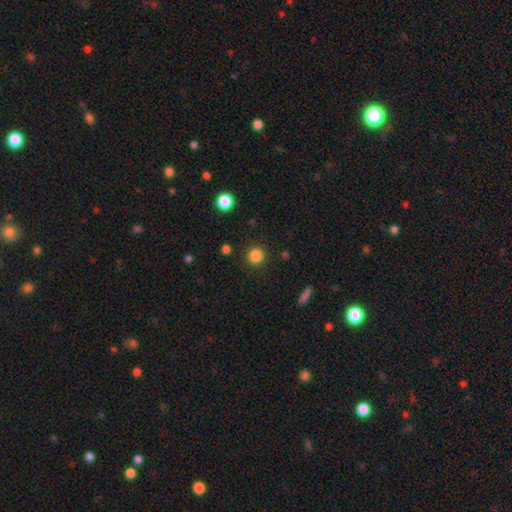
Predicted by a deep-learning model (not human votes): Q: Smooth or featured?
A: smooth (85%); runner-up: star or artifact (12%)
Q: How rounded?
A: round (94%); runner-up: in between (5%)
Q: Merging?
A: none (90%); runner-up: minor disturbance (6%)